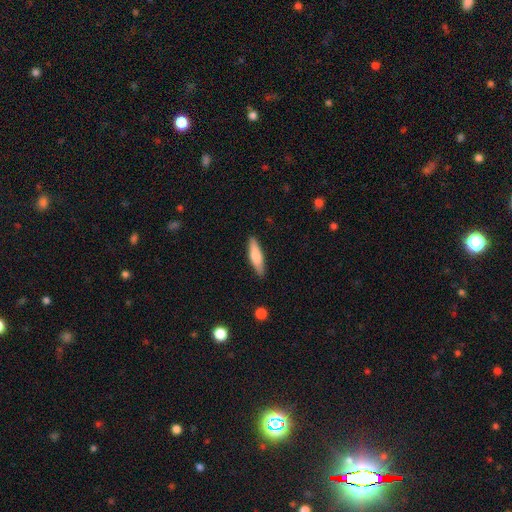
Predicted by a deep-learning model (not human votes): smooth-or-featured: smooth: 72% | featured or disk: 23% | star or artifact: 5%
  how-rounded: cigar-shaped: 70% | in between: 28% | round: 2%
  merging: none: 88% | minor disturbance: 9% | major disturbance: 2% | merger: 1%